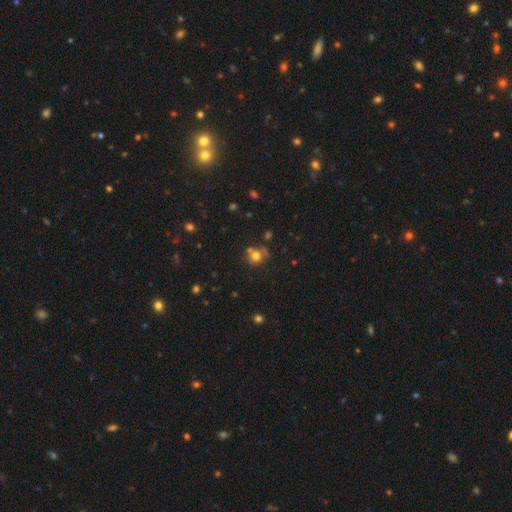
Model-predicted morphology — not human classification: smooth_or_featured: smooth (p=0.69) [alt: star or artifact p=0.16]
how_rounded: round (p=0.77) [alt: in between p=0.22]
merging: none (p=0.55) [alt: merger p=0.22]